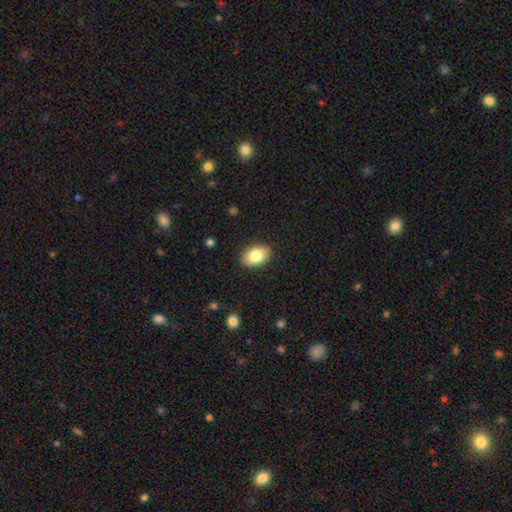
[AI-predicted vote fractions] The model was most divided on "smooth or featured": smooth: 85%, featured or disk: 8%, star or artifact: 7%. More confident: merging — none (88%); how rounded — in between (88%).